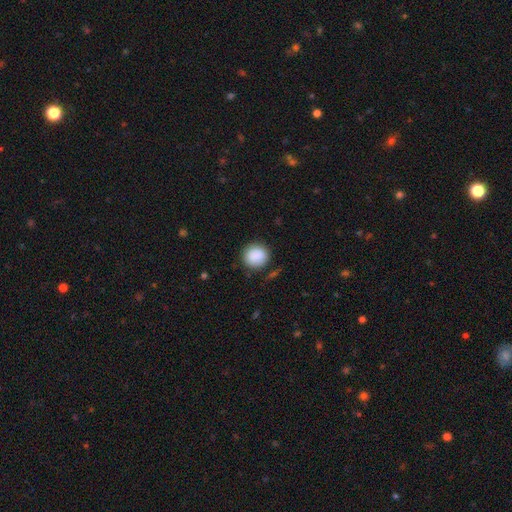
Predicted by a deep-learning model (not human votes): Smooth or featured? smooth (89%)
How rounded? round (89%)
Merging? none (85%)